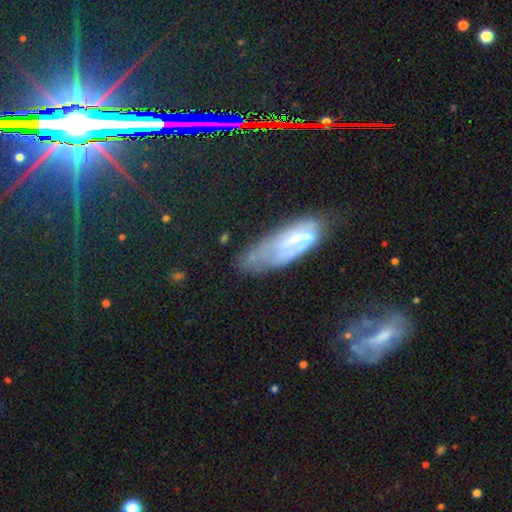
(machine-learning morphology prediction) Smooth or featured? smooth (42%)
Merging? none (38%)